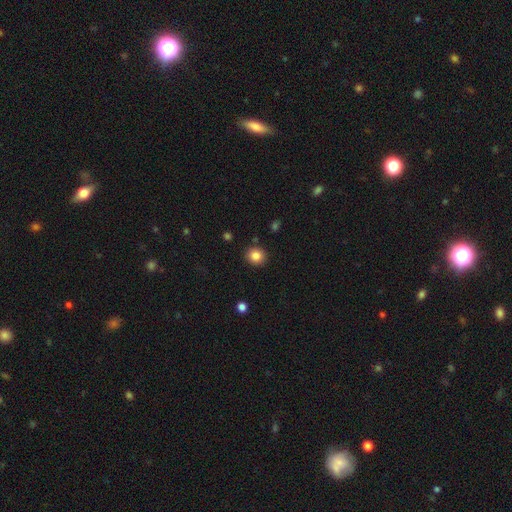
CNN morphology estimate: Q: Smooth or featured?
A: smooth (85%); runner-up: star or artifact (10%)
Q: How rounded?
A: round (81%); runner-up: in between (18%)
Q: Merging?
A: none (89%); runner-up: minor disturbance (7%)